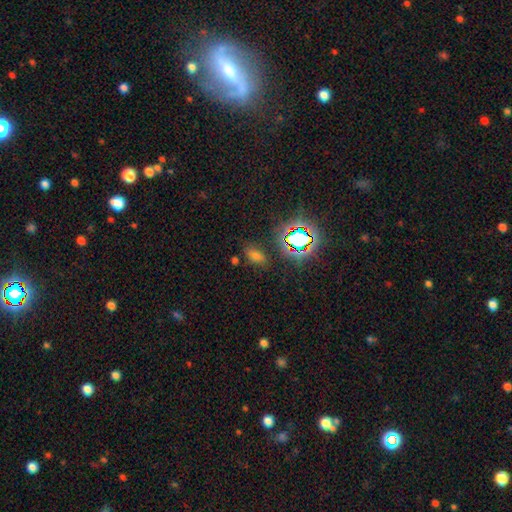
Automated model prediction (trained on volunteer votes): Q: Smooth or featured?
A: smooth (50%); runner-up: star or artifact (39%)
Q: How rounded?
A: in between (81%); runner-up: round (13%)
Q: Merging?
A: none (78%); runner-up: minor disturbance (13%)